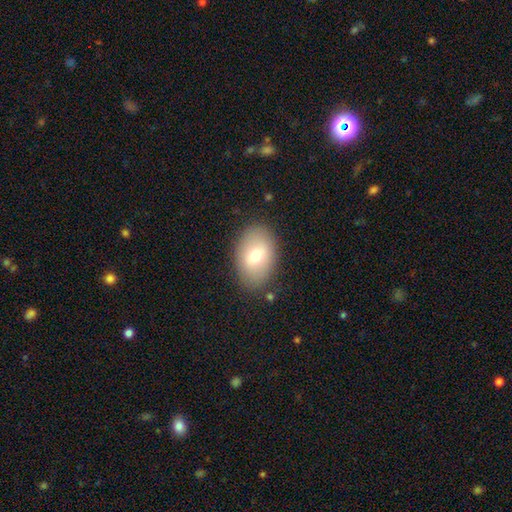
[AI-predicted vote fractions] A smooth galaxy with no disk features (70%) that is in between round and cigar-shaped (85%). Merging: none (84%).